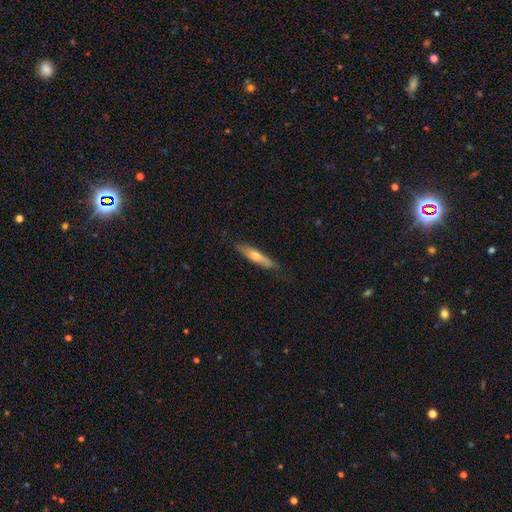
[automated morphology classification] This is possibly a smooth galaxy (53%). How rounded: likely cigar-shaped (79%). Merging: likely none (76%).